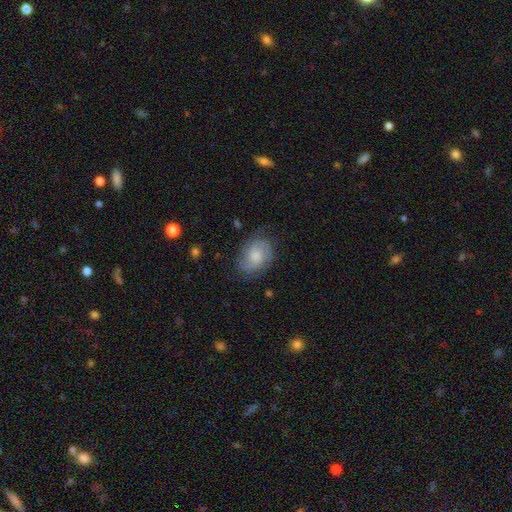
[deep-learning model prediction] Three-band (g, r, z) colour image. It shows a featured or disk galaxy (60%) with no bar (67%), 2 (67%) medium (46%) spiral arms (91%) and a moderate central bulge (41%). Merging: none (70%).